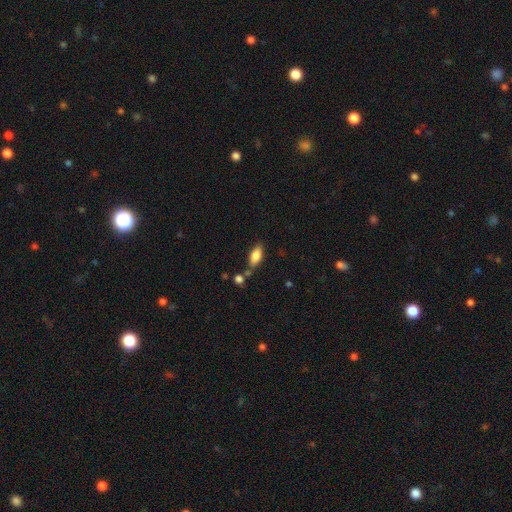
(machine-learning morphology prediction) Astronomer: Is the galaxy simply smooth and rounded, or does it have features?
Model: smooth — 82%.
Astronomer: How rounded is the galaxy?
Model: in between — 83%.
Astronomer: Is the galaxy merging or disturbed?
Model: none — 66%.